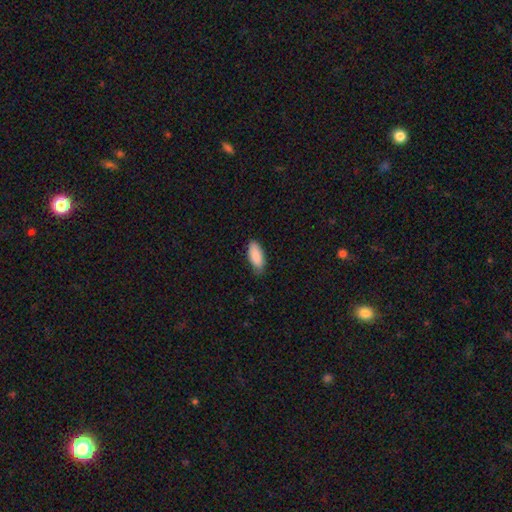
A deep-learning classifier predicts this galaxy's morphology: Smooth or featured?
  - smooth: 89% *
  - star or artifact: 6%
  - featured or disk: 5%
How rounded?
  - in between: 86% *
  - cigar-shaped: 12%
  - round: 2%
Merging?
  - none: 78% *
  - minor disturbance: 18%
  - major disturbance: 2%
  - merger: 1%